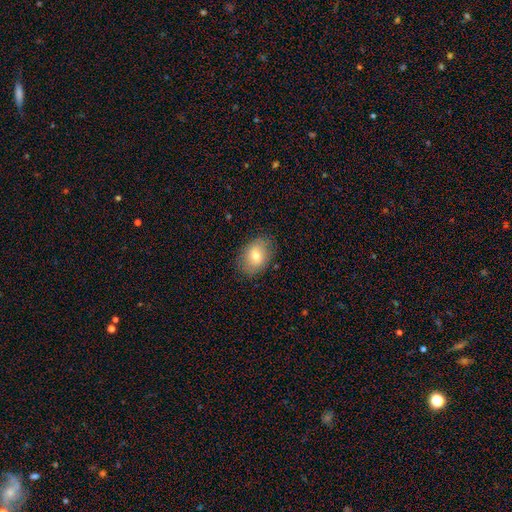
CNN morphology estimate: A smooth galaxy with no disk features (75%) that is in between round and cigar-shaped (80%).

Vote fractions:
- Smooth or featured? smooth: 75% / featured or disk: 17% / star or artifact: 8%
- How rounded? in between: 80% / round: 18% / cigar-shaped: 1%
- Merging? none: 83% / minor disturbance: 12% / major disturbance: 3% / merger: 1%